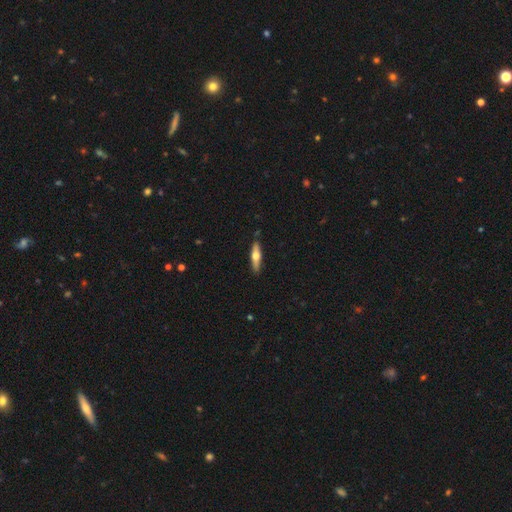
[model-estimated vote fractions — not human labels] Smooth or featured?
  - featured or disk: 53% *
  - smooth: 41%
  - star or artifact: 5%
Edge-on disk?
  - yes: 93% *
  - no: 7%
Merging?
  - none: 88% *
  - minor disturbance: 9%
  - major disturbance: 2%
  - merger: 1%